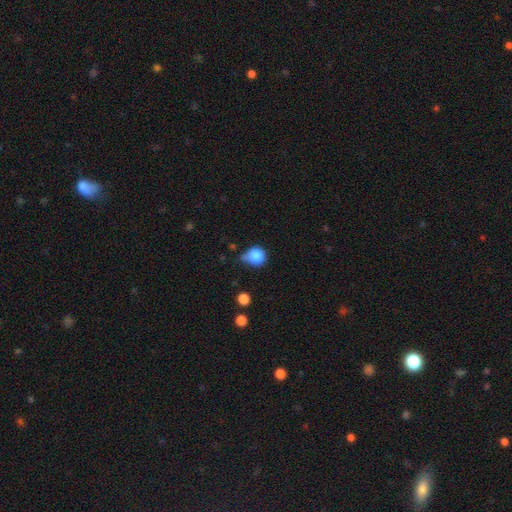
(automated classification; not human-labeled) Q: Smooth or featured?
A: smooth (84%); runner-up: star or artifact (10%)
Q: How rounded?
A: round (83%); runner-up: in between (16%)
Q: Merging?
A: none (45%); runner-up: minor disturbance (37%)